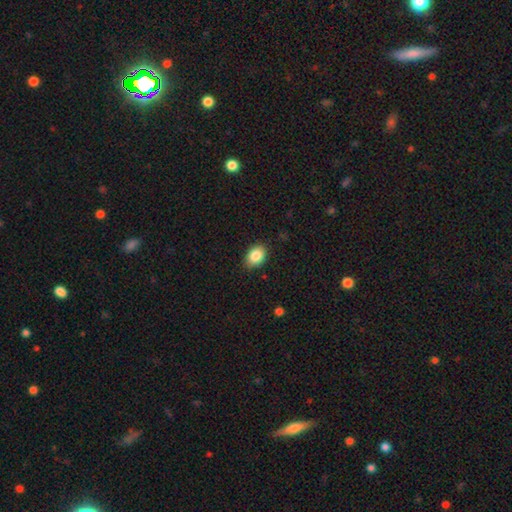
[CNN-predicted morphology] A smooth galaxy with no disk features (86%) that is in between round and cigar-shaped (77%).

Vote fractions:
- Smooth or featured? smooth: 86% / star or artifact: 8% / featured or disk: 6%
- How rounded? in between: 77% / round: 22% / cigar-shaped: 1%
- Merging? none: 85% / minor disturbance: 11% / major disturbance: 2% / merger: 1%